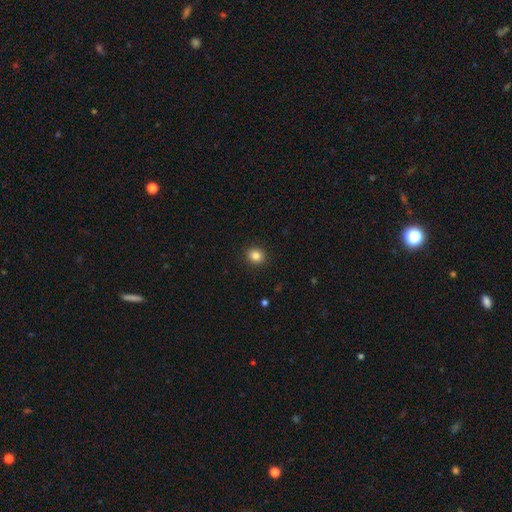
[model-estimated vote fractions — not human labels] The model was most divided on "how rounded": round: 81%, in between: 19%, cigar-shaped: 1%. More confident: merging — none (91%); smooth or featured — smooth (85%).